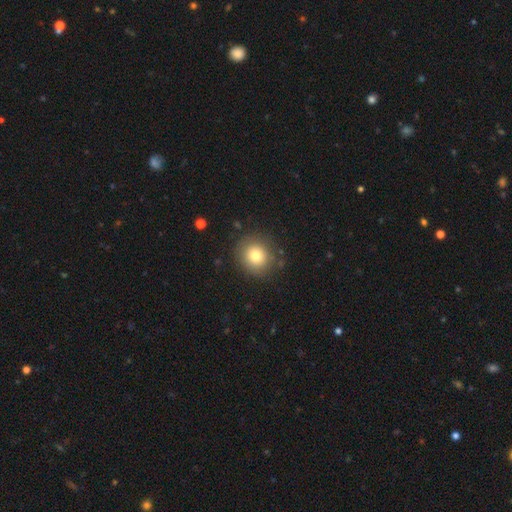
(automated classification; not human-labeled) smooth_or_featured: smooth (p=0.78) [alt: star or artifact p=0.11]
how_rounded: round (p=0.89) [alt: in between p=0.10]
merging: none (p=0.86) [alt: minor disturbance p=0.09]